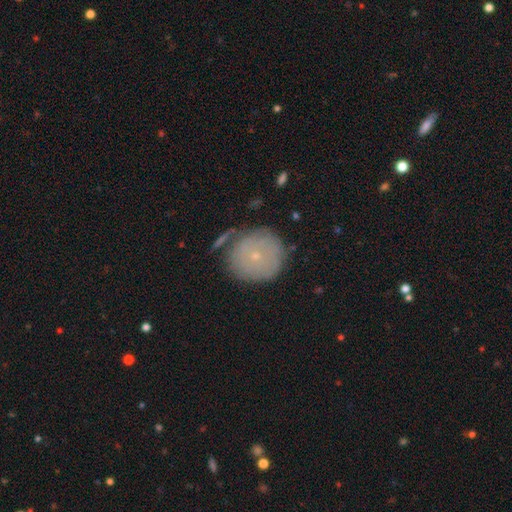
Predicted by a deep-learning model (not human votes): smooth_or_featured: smooth (p=0.58) [alt: featured or disk p=0.31]
how_rounded: round (p=0.93) [alt: in between p=0.06]
merging: none (p=0.73) [alt: minor disturbance p=0.17]